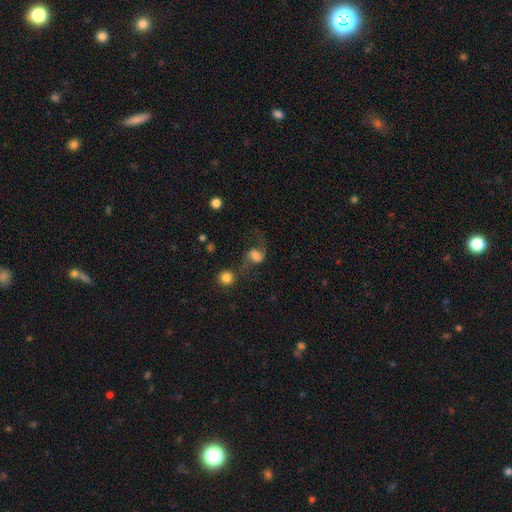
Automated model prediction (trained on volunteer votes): The model was most divided on "smooth or featured": smooth: 46%, featured or disk: 42%, star or artifact: 12%. Remaining: merging — none (41%).